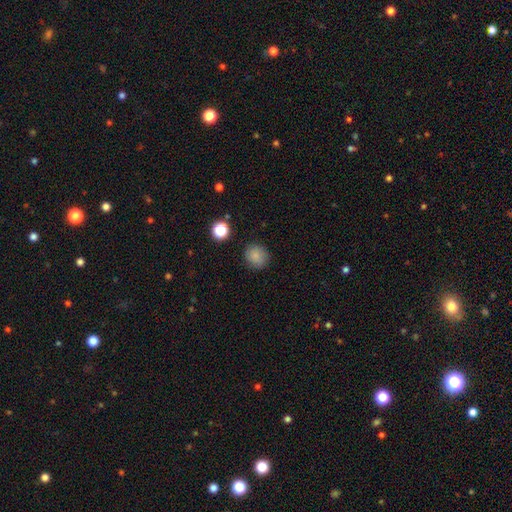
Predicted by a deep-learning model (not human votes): This is clearly a smooth galaxy (84%). How rounded: clearly round (82%). Merging: clearly none (85%).